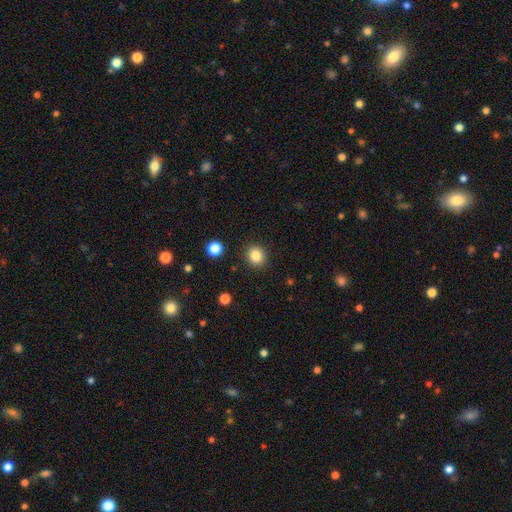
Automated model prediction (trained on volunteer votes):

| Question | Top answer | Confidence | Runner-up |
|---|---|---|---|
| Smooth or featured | smooth | 84% | star or artifact (11%) |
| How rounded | round | 82% | in between (17%) |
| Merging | none | 90% | minor disturbance (6%) |